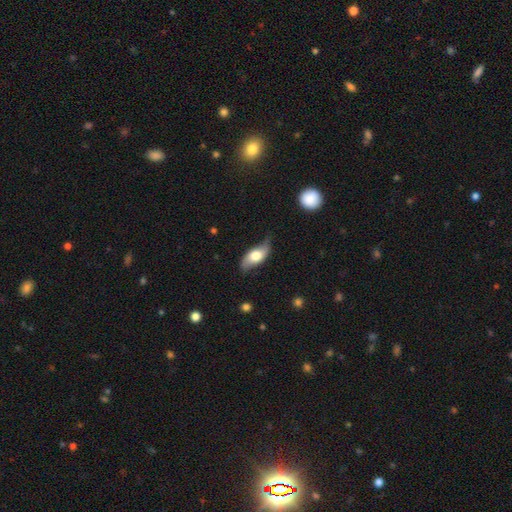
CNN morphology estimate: The model was most divided on "smooth or featured": smooth: 55%, featured or disk: 39%, star or artifact: 6%. More confident: how rounded — in between (85%); merging — none (63%).